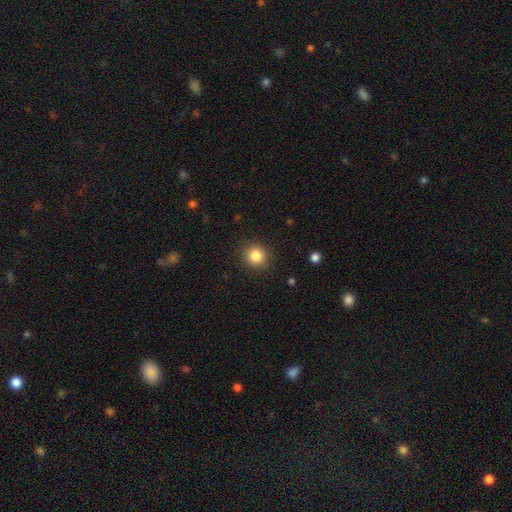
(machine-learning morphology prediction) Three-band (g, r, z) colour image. It shows a smooth galaxy with no disk features (85%) that is round (89%). Merging: none (89%).